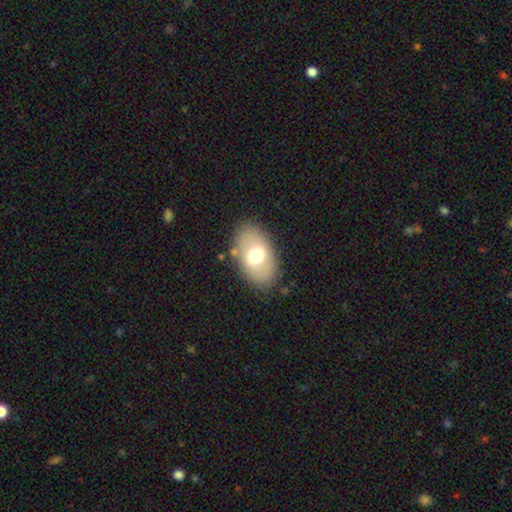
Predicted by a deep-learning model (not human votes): Smooth or featured? Predicted: smooth (p=0.63). How rounded? Predicted: in between (p=0.89). Merging? Predicted: none (p=0.81).